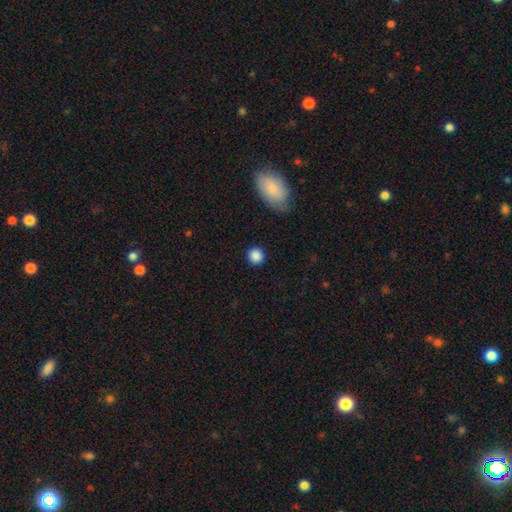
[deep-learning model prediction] Overall: smooth (87%). How rounded: round (92%). Merging: none (88%).